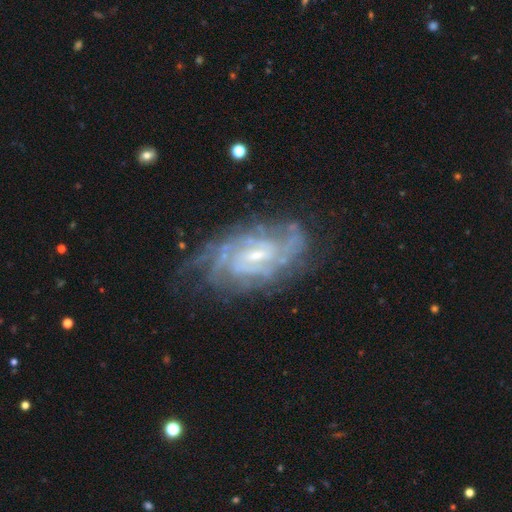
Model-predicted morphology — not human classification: smooth_or_featured: featured or disk (p=0.88) [alt: star or artifact p=0.06]
disk_edge_on: no (p=0.95) [alt: yes p=0.05]
bar: weak (p=0.54) [alt: no p=0.29]
has_spiral_arms: yes (p=0.96) [alt: no p=0.04]
spiral_winding: tight (p=0.62) [alt: medium p=0.31]
spiral_arm_count: can't tell (p=0.35) [alt: 2 p=0.23]
bulge_size: small (p=0.60) [alt: moderate p=0.33]
merging: none (p=0.66) [alt: minor disturbance p=0.21]